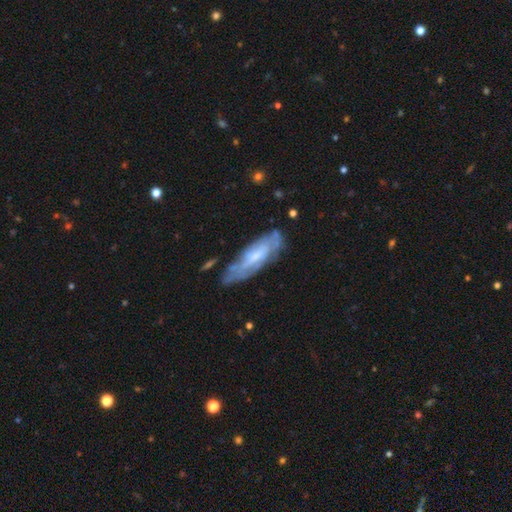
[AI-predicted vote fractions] A featured or disk galaxy (65%).

Vote fractions:
- Smooth or featured? featured or disk: 65% / smooth: 29% / star or artifact: 6%
- Edge-on disk? no: 73% / yes: 27%
- Merging? none: 66% / minor disturbance: 23% / major disturbance: 8% / merger: 3%